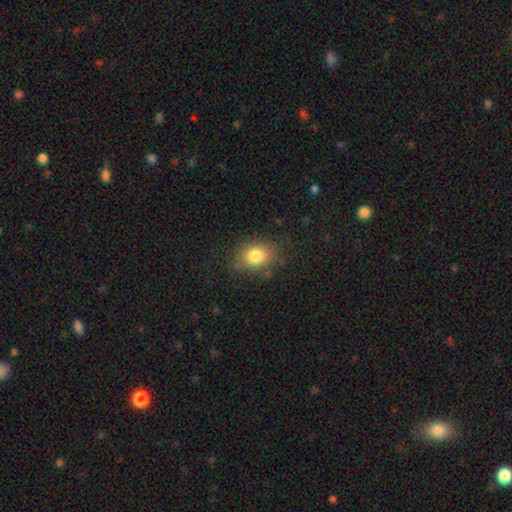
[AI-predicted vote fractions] Q: Smooth or featured?
A: smooth (82%); runner-up: star or artifact (10%)
Q: How rounded?
A: in between (58%); runner-up: round (41%)
Q: Merging?
A: none (77%); runner-up: minor disturbance (15%)